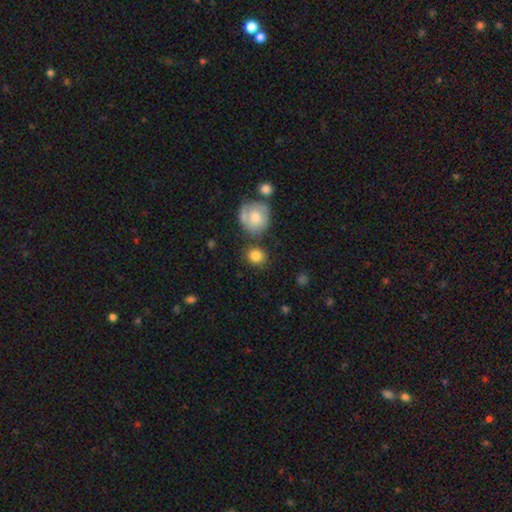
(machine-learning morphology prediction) smooth-or-featured: smooth: 84% | star or artifact: 8% | featured or disk: 8%
  how-rounded: round: 80% | in between: 19% | cigar-shaped: 1%
  merging: none: 75% | minor disturbance: 11% | merger: 10% | major disturbance: 4%